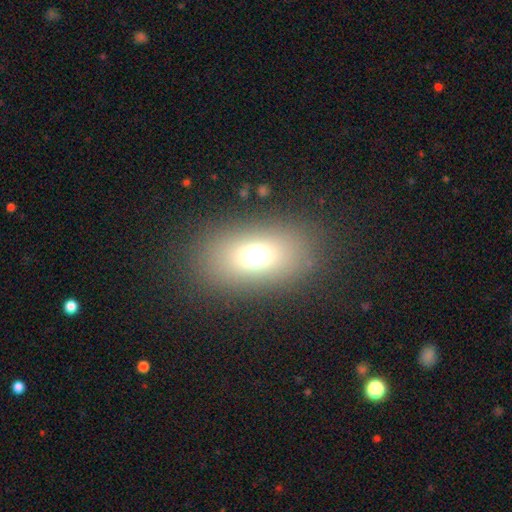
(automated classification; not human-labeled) A smooth galaxy with no disk features (67%) that is in between round and cigar-shaped (76%).

Vote fractions:
- Smooth or featured? smooth: 67% / star or artifact: 18% / featured or disk: 15%
- How rounded? in between: 76% / round: 21% / cigar-shaped: 3%
- Merging? none: 84% / minor disturbance: 8% / major disturbance: 6% / merger: 2%